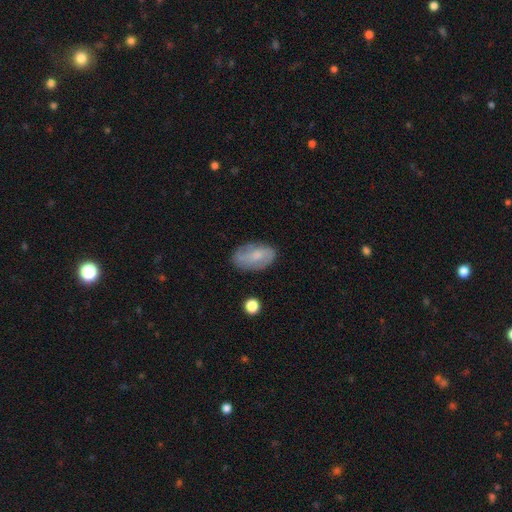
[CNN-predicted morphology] smooth 51%, featured or disk 41%, star or artifact 8%. Down the decision tree: how rounded — in between (91%); merging — none (72%).